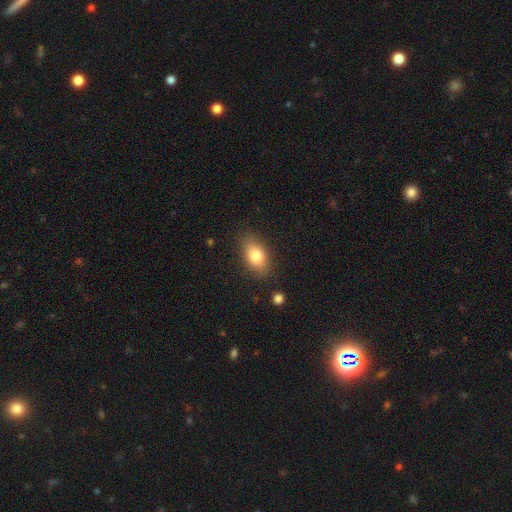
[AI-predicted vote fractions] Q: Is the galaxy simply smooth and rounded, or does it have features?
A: smooth — 82%.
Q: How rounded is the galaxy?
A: in between — 88%.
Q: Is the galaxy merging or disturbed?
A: none — 84%.